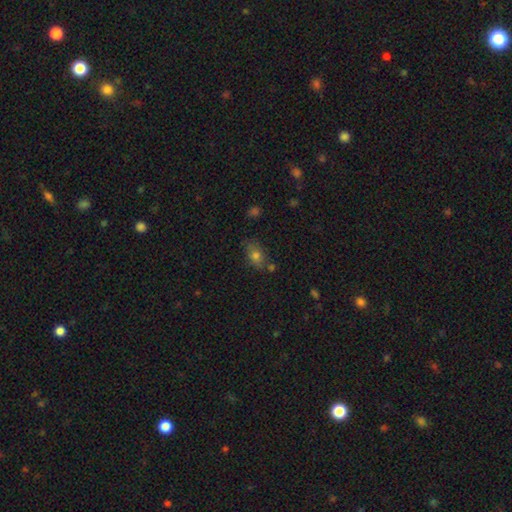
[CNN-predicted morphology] Smooth or featured?
  - smooth: 73% *
  - featured or disk: 14%
  - star or artifact: 13%
How rounded?
  - in between: 78% *
  - round: 18%
  - cigar-shaped: 4%
Merging?
  - none: 71% *
  - minor disturbance: 17%
  - merger: 8%
  - major disturbance: 4%